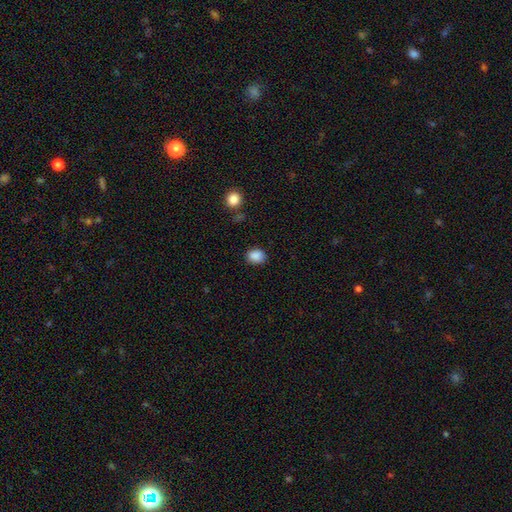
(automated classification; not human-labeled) smooth 87%, star or artifact 10%, featured or disk 3%. Down the decision tree: how rounded — round (54%); merging — none (80%).